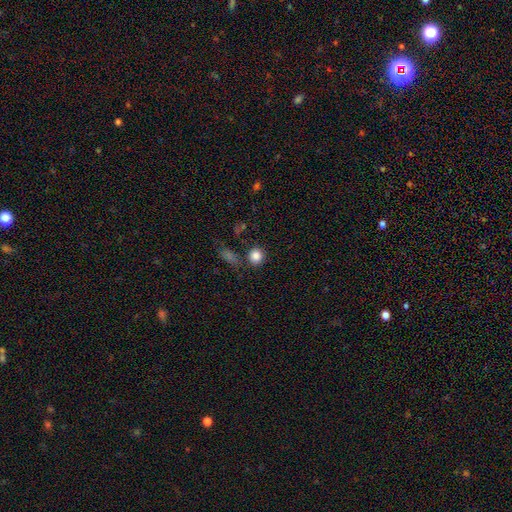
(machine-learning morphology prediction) Smooth or featured? smooth (85%)
How rounded? round (86%)
Merging? none (81%)